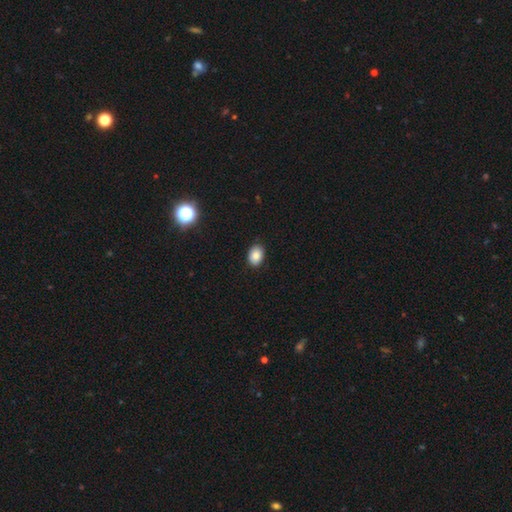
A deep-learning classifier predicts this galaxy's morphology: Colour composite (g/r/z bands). It shows a smooth galaxy with no disk features (85%) that is in between round and cigar-shaped (75%). Merging: none (87%).